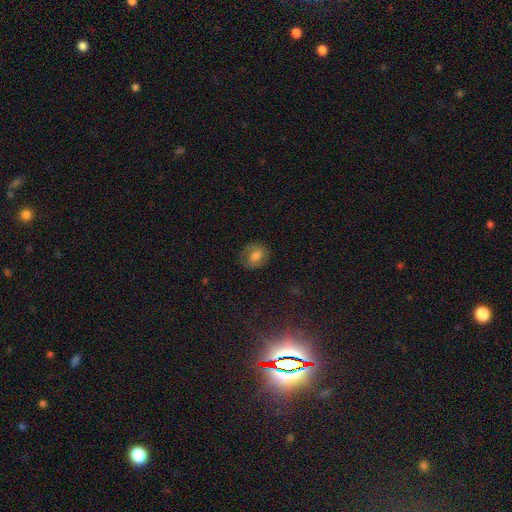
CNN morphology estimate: type=smooth (64%); roundness=in between (53%); merging=none (74%).